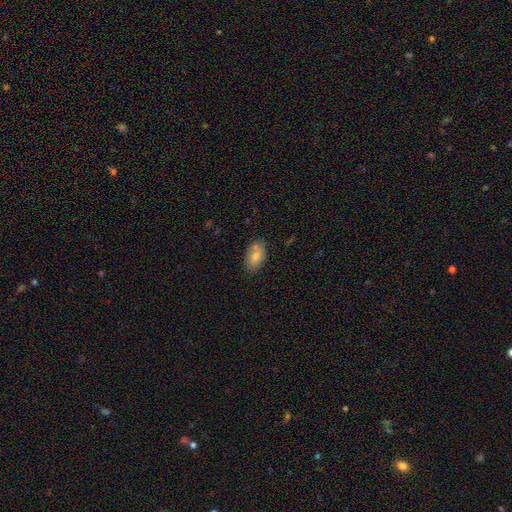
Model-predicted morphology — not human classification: Smooth or featured? smooth (75%)
How rounded? in between (90%)
Merging? none (73%)